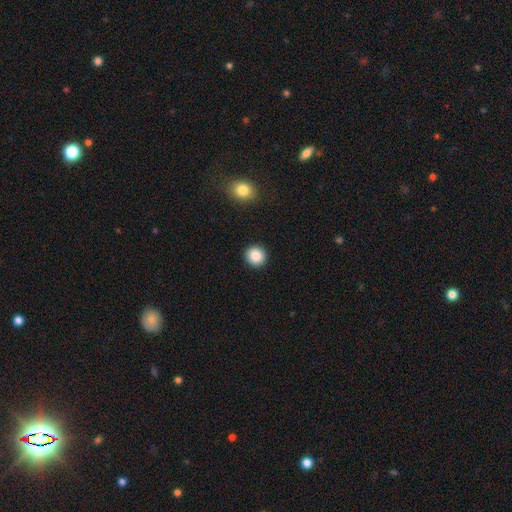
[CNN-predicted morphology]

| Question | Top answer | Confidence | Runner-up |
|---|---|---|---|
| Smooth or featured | smooth | 87% | star or artifact (9%) |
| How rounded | round | 94% | in between (5%) |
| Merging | none | 92% | minor disturbance (5%) |